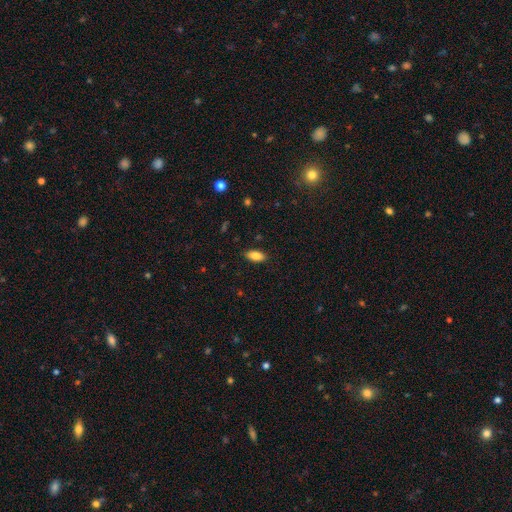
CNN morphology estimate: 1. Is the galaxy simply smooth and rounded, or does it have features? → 83% smooth, 9% featured or disk, 8% star or artifact.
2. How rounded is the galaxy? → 90% in between, 8% cigar-shaped, 3% round.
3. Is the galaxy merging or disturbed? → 88% none, 9% minor disturbance, 2% major disturbance, 1% merger.